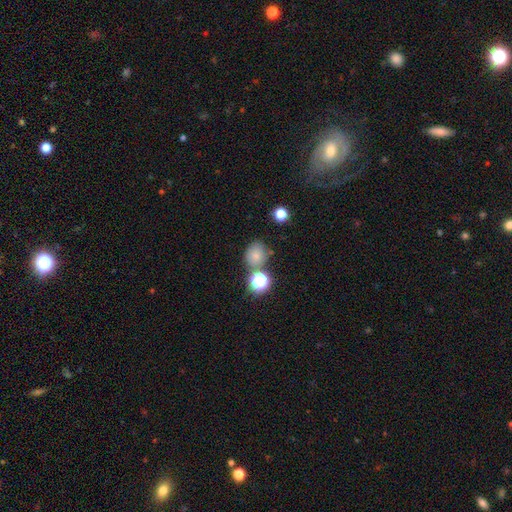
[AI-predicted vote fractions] A smooth galaxy with no disk features (73%) that is round (66%). Merging: none (65%).